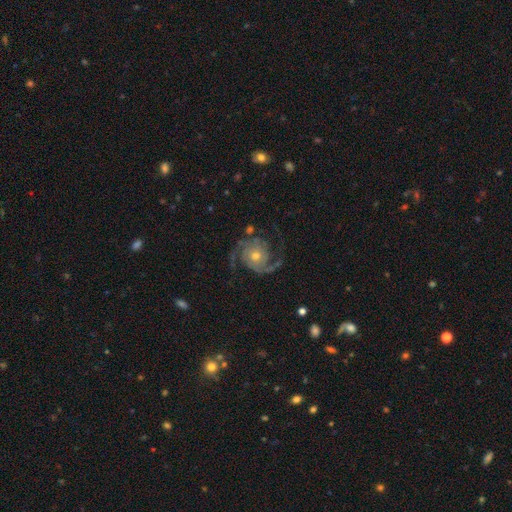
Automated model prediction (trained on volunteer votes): Overall: featured or disk (91%). Edge-on disk: no (98%). Bar: no (75%). Spiral arms: yes (98%). Spiral arm count: 2 (82%). Spiral winding: medium (53%; tight 24%). Bulge size: moderate (55%; small 39%). Merging: none (74%).